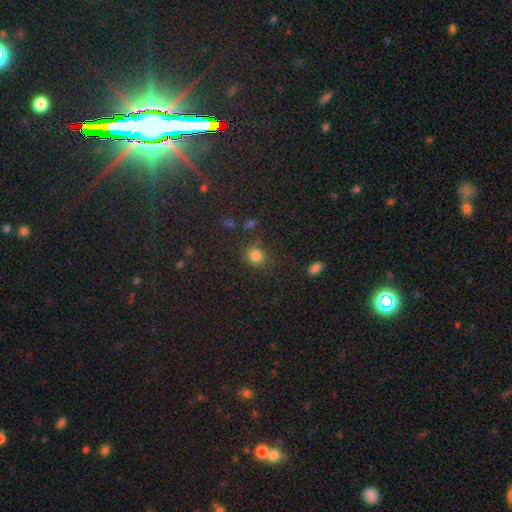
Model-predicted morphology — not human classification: smooth-or-featured: smooth: 80% | star or artifact: 15% | featured or disk: 5%
  how-rounded: round: 71% | in between: 28% | cigar-shaped: 1%
  merging: none: 77% | minor disturbance: 13% | major disturbance: 5% | merger: 5%